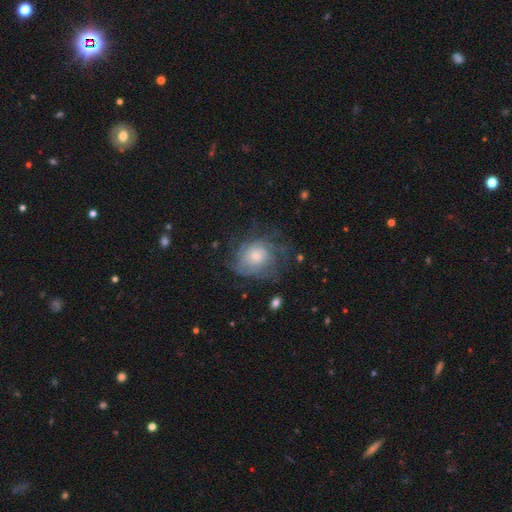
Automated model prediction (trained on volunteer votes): Smooth or featured?
  - featured or disk: 63% *
  - smooth: 26%
  - star or artifact: 10%
Edge-on disk?
  - no: 97% *
  - yes: 3%
Bar?
  - no: 82% *
  - weak: 16%
  - strong: 3%
Spiral arms?
  - yes: 82% *
  - no: 18%
Spiral winding?
  - tight: 57% *
  - medium: 29%
  - loose: 13%
Spiral arm count?
  - can't tell: 55% *
  - 4: 11%
  - 3: 11%
  - 2: 11%
  - more than 4: 7%
  - 1: 5%
Bulge size?
  - small: 47% *
  - moderate: 42%
  - large: 7%
  - none: 2%
  - dominant: 1%
Merging?
  - none: 61% *
  - minor disturbance: 21%
  - major disturbance: 17%
  - merger: 1%